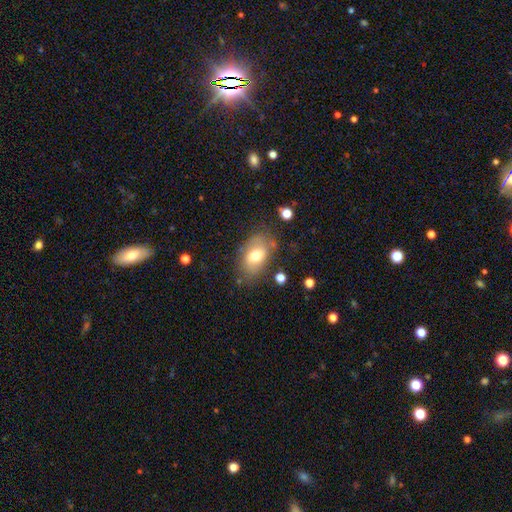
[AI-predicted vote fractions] Morphology: type=smooth (69%); roundness=in between (86%); merging=none (69%).